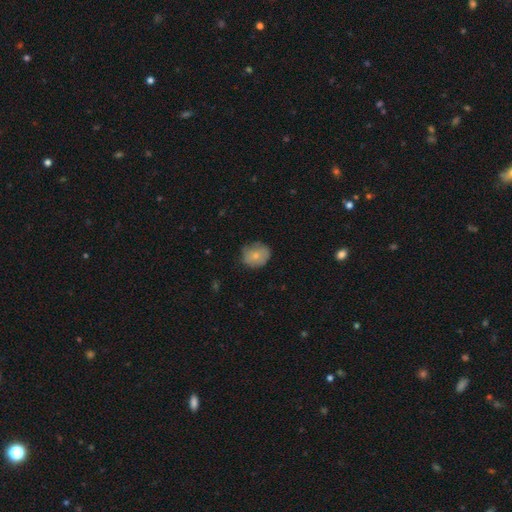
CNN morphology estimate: type=smooth (74%); roundness=round (68%); merging=none (66%).